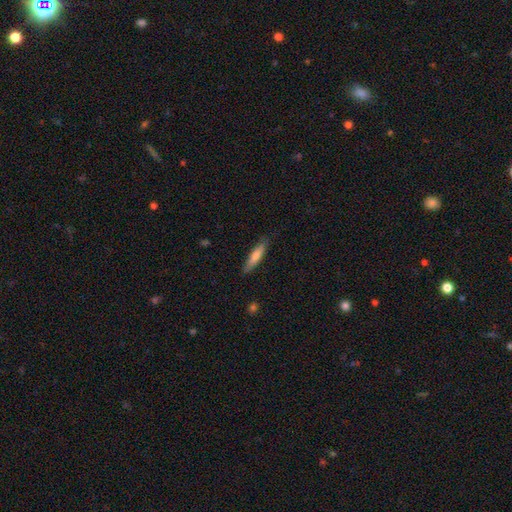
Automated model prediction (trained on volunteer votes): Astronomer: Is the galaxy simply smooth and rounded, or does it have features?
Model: smooth — 70%.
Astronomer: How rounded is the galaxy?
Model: cigar-shaped — 84%.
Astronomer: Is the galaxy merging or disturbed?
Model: none — 85%.